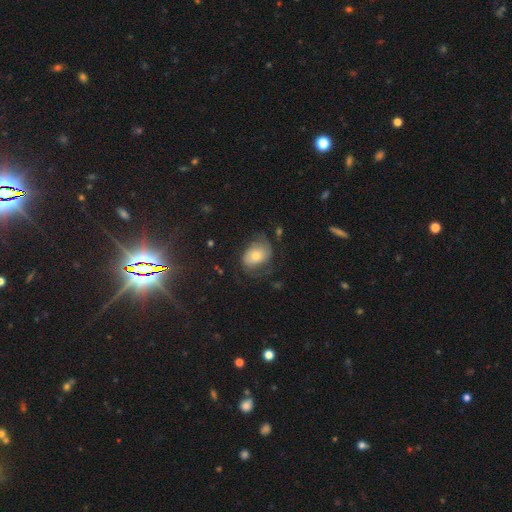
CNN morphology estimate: smooth-or-featured: featured or disk: 46% | smooth: 45% | star or artifact: 9%
  merging: none: 52% | minor disturbance: 24% | major disturbance: 22% | merger: 2%